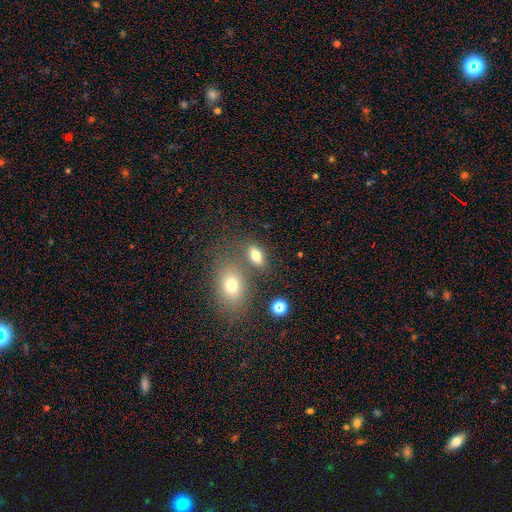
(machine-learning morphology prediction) smooth-or-featured: smooth: 74% | star or artifact: 13% | featured or disk: 13%
  how-rounded: in between: 83% | round: 11% | cigar-shaped: 6%
  merging: none: 65% | merger: 16% | minor disturbance: 13% | major disturbance: 6%